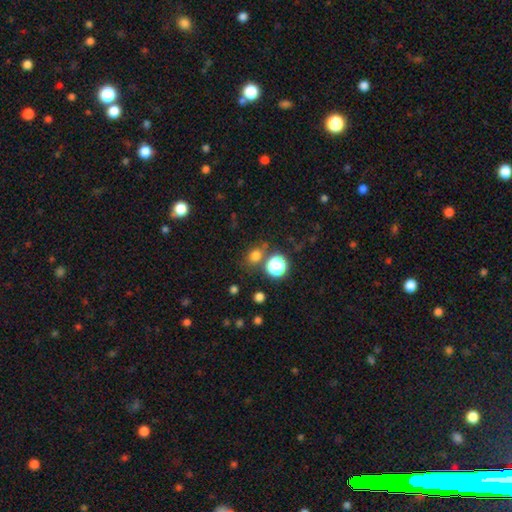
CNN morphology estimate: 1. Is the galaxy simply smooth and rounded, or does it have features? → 73% smooth, 20% star or artifact, 6% featured or disk.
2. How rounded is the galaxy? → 68% round, 30% in between, 1% cigar-shaped.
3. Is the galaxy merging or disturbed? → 72% none, 12% merger, 12% minor disturbance, 5% major disturbance.